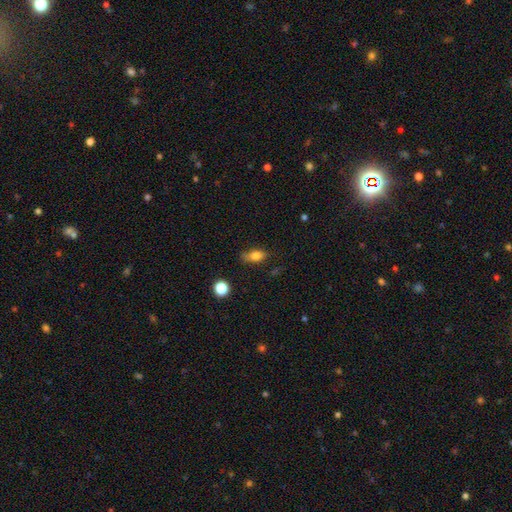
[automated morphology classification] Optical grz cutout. It shows a smooth galaxy with no disk features (78%) that is in between round and cigar-shaped (79%). Merging: none (63%).